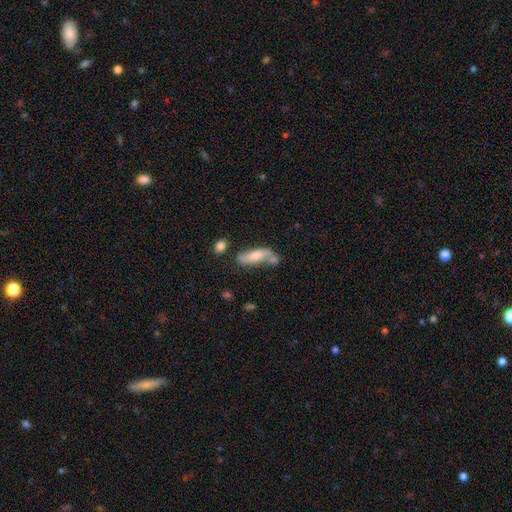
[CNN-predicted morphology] smooth_or_featured: featured or disk (p=0.46) [tied with: smooth p=0.46]
merging: none (p=0.43) [alt: merger p=0.25]